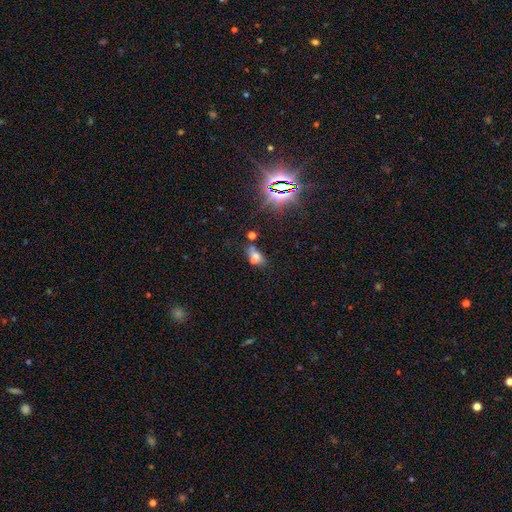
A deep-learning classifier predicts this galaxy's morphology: Smooth or featured? smooth (51%)
How rounded? in between (72%)
Merging? merger (45%)